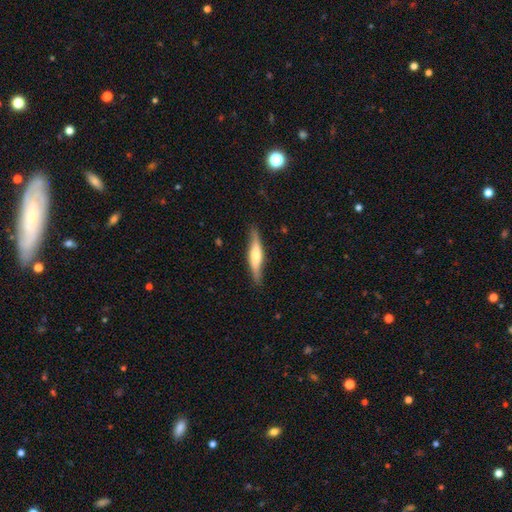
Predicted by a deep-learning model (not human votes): A featured or disk galaxy (54%) viewed edge-on (87%). Merging: none (82%).